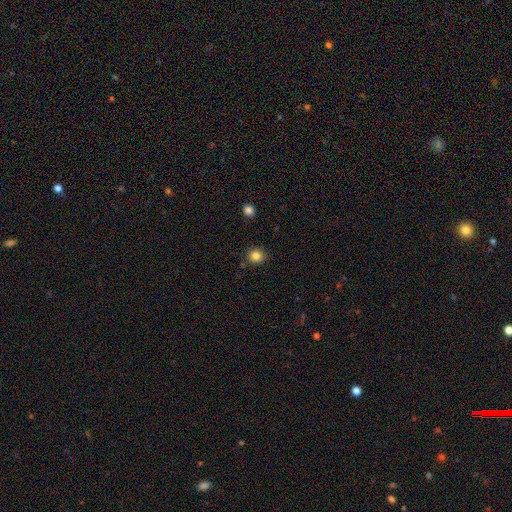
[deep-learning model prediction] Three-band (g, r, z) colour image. It shows a smooth galaxy with no disk features (84%) that is round (80%). Merging: none (86%).